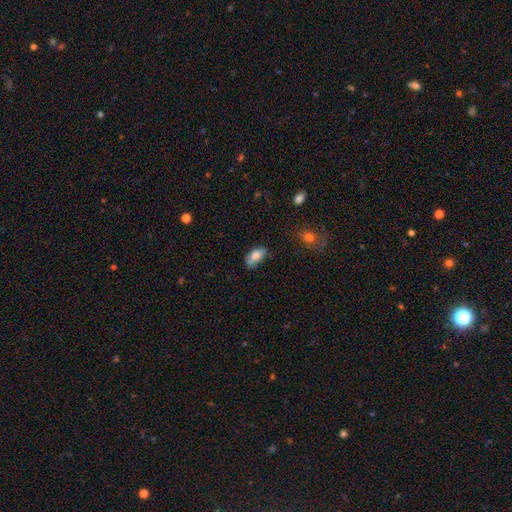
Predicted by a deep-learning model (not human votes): smooth-or-featured: smooth: 81% | featured or disk: 11% | star or artifact: 7%
  how-rounded: in between: 89% | cigar-shaped: 8% | round: 4%
  merging: none: 63% | minor disturbance: 28% | major disturbance: 6% | merger: 3%